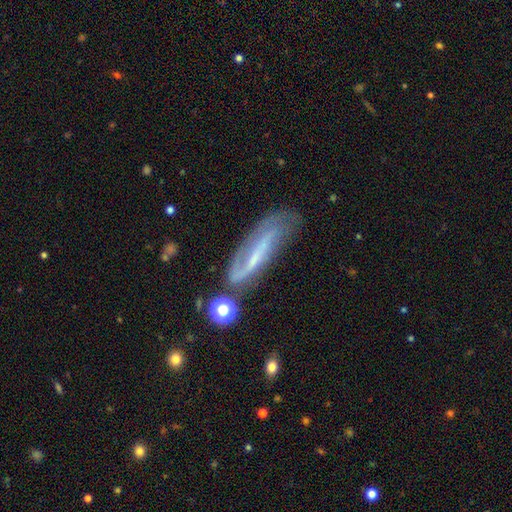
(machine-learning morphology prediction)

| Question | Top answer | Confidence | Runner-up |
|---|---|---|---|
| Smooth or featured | featured or disk | 70% | smooth (21%) |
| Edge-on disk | no | 73% | yes (27%) |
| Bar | strong | 40% | weak (33%) |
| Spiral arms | yes | 82% | no (18%) |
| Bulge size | small | 59% | none (21%) |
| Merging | none | 53% | minor disturbance (24%) |